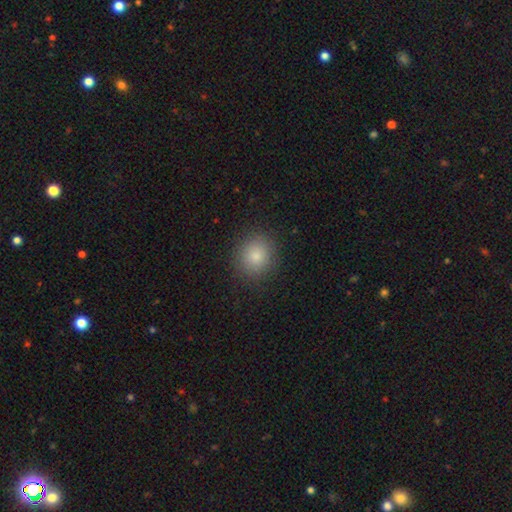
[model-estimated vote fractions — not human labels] The model was most divided on "how rounded": round: 83%, in between: 16%, cigar-shaped: 1%. More confident: merging — none (89%); smooth or featured — smooth (83%).